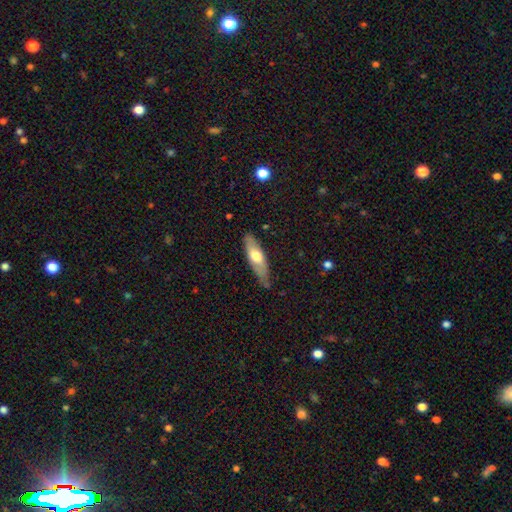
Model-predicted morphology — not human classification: Smooth or featured?
  - smooth: 55% *
  - featured or disk: 39%
  - star or artifact: 5%
How rounded?
  - cigar-shaped: 51% *
  - in between: 47%
  - round: 2%
Merging?
  - none: 70% *
  - minor disturbance: 24%
  - major disturbance: 4%
  - merger: 2%